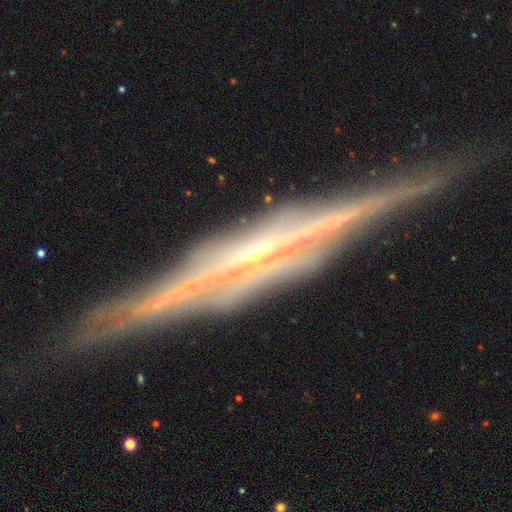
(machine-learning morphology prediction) type=featured or disk (86%); edge-on=yes (95%); edge-on bulge=rounded (47%); merging=none (84%).